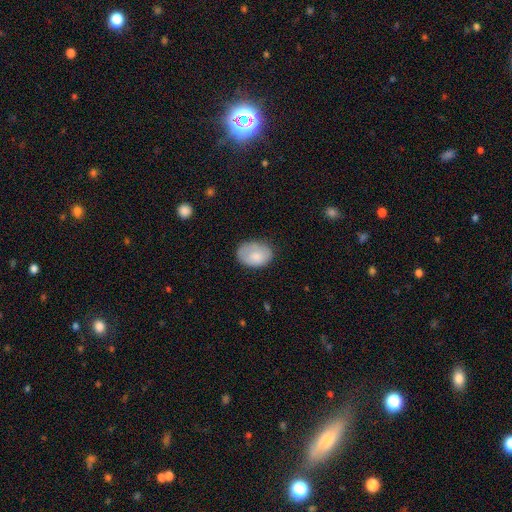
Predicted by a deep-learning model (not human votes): Q: Smooth or featured?
A: smooth (80%); runner-up: featured or disk (14%)
Q: How rounded?
A: in between (81%); runner-up: round (18%)
Q: Merging?
A: none (66%); runner-up: minor disturbance (25%)